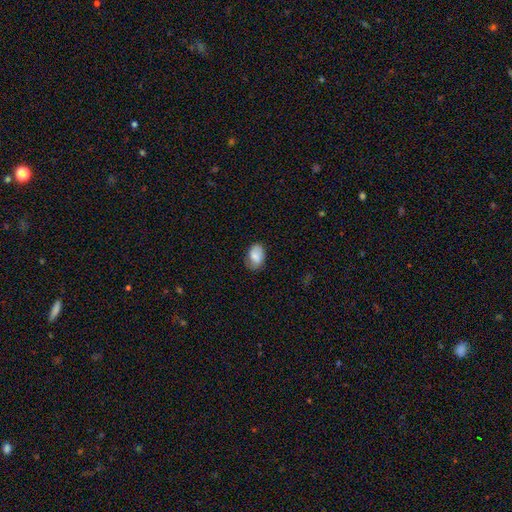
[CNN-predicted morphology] This is likely a smooth galaxy (78%). How rounded: clearly in between (84%). Merging: likely none (68%).